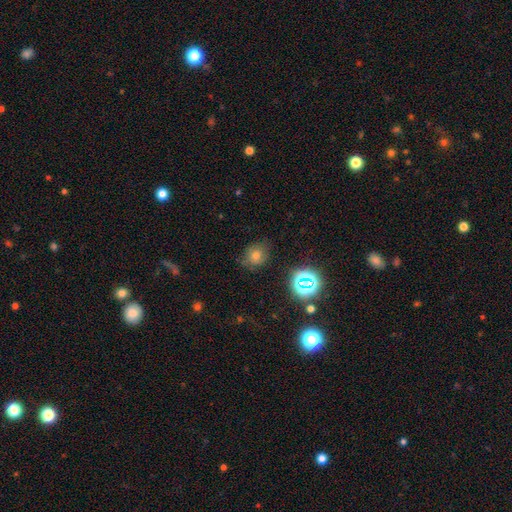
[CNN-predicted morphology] Q: Smooth or featured?
A: smooth (65%); runner-up: star or artifact (24%)
Q: How rounded?
A: round (63%); runner-up: in between (35%)
Q: Merging?
A: none (74%); runner-up: minor disturbance (19%)